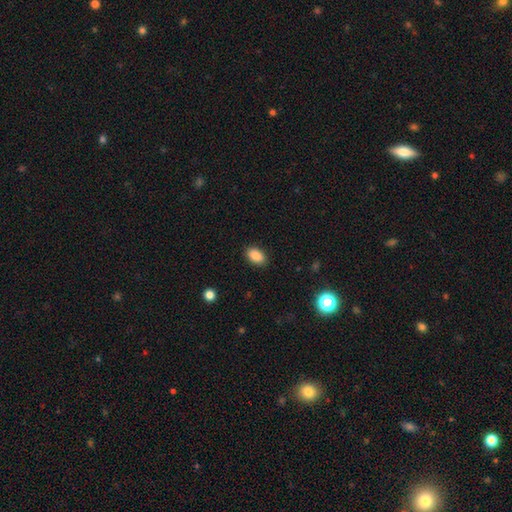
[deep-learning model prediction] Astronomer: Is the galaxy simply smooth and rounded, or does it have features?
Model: smooth — 88%.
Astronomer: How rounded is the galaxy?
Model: in between — 91%.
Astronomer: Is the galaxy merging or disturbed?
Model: none — 89%.